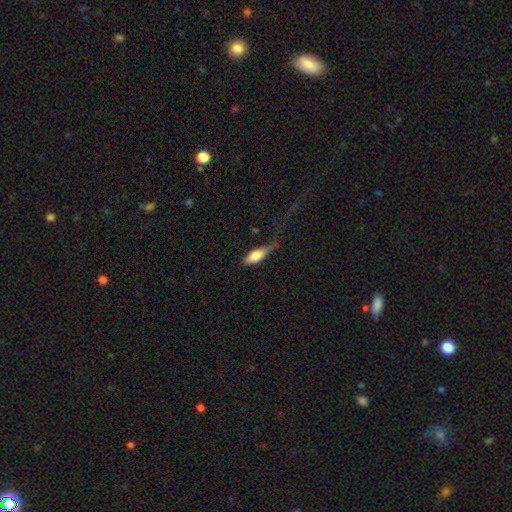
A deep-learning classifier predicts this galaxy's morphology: This appears to be a smooth galaxy with no disk features (75%) that is in between round and cigar-shaped (69%). Merging: none (34%).